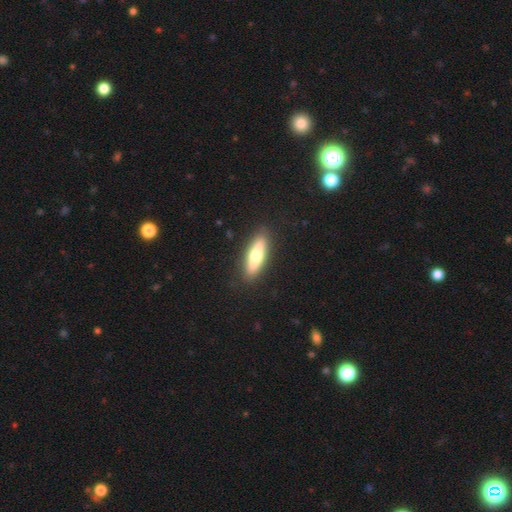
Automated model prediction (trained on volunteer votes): Morphology: type=smooth (60%); roundness=cigar-shaped (59%); merging=none (88%).